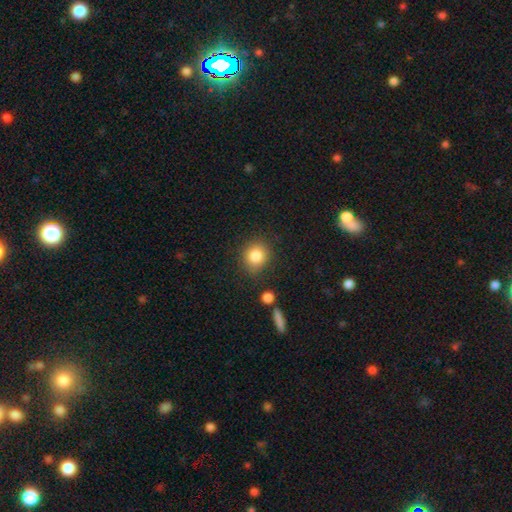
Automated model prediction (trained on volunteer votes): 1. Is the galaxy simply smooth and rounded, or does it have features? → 84% smooth, 10% star or artifact, 7% featured or disk.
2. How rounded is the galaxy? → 79% round, 20% in between, 1% cigar-shaped.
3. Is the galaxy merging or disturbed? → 81% none, 12% minor disturbance, 4% major disturbance, 4% merger.